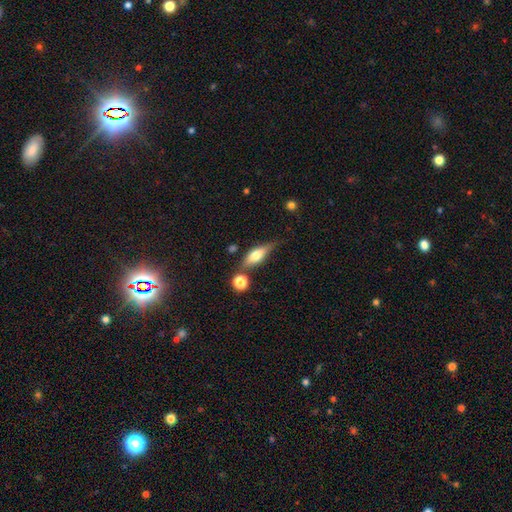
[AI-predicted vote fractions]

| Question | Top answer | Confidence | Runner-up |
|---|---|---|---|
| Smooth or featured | smooth | 54% | featured or disk (38%) |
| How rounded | in between | 58% | cigar-shaped (37%) |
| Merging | none | 61% | minor disturbance (20%) |